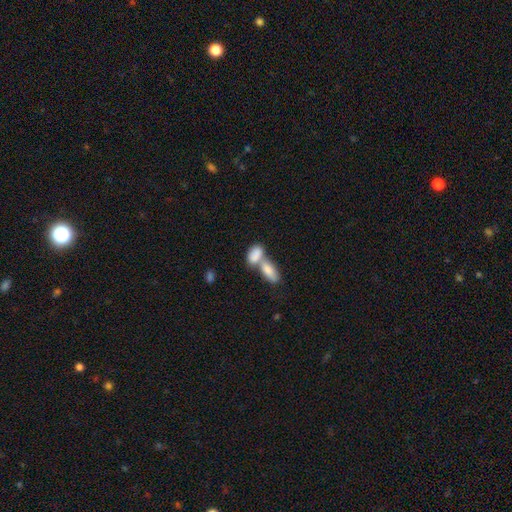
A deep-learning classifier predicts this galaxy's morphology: smooth_or_featured: smooth (p=0.82) [alt: featured or disk p=0.12]
how_rounded: in between (p=0.90) [alt: cigar-shaped p=0.06]
merging: merger (p=0.73) [alt: none p=0.18]